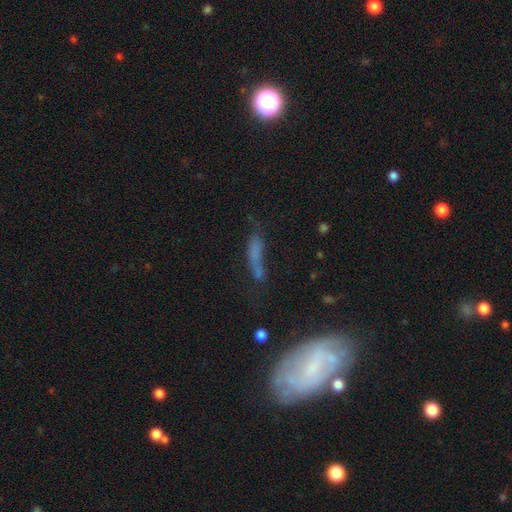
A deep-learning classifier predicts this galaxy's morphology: Smooth or featured? Predicted: smooth (p=0.46). Merging? Predicted: none (p=0.44).